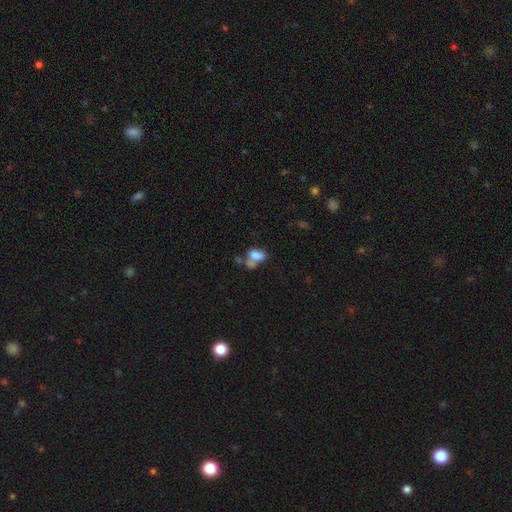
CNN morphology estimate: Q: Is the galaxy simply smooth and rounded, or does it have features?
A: smooth — 75%.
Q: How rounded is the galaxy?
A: in between — 87%.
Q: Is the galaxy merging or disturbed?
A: merger — 47%.